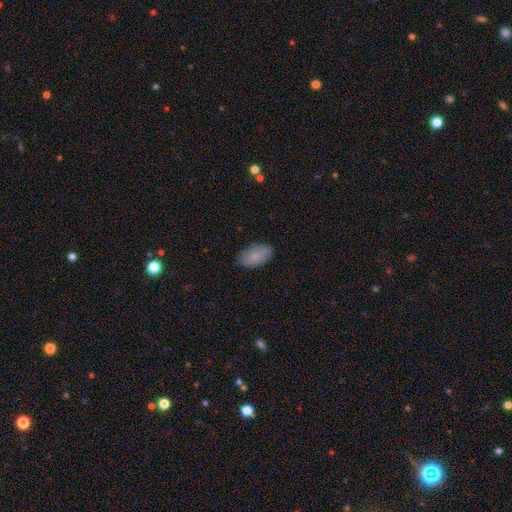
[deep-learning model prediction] Smooth or featured?
  - smooth: 85% *
  - featured or disk: 9%
  - star or artifact: 6%
How rounded?
  - in between: 94% *
  - round: 4%
  - cigar-shaped: 2%
Merging?
  - none: 83% *
  - minor disturbance: 13%
  - major disturbance: 3%
  - merger: 1%